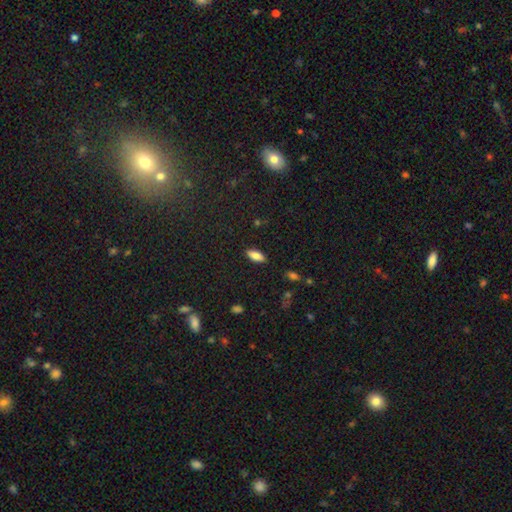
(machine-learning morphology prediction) Smooth or featured? smooth (83%)
How rounded? in between (81%)
Merging? none (87%)